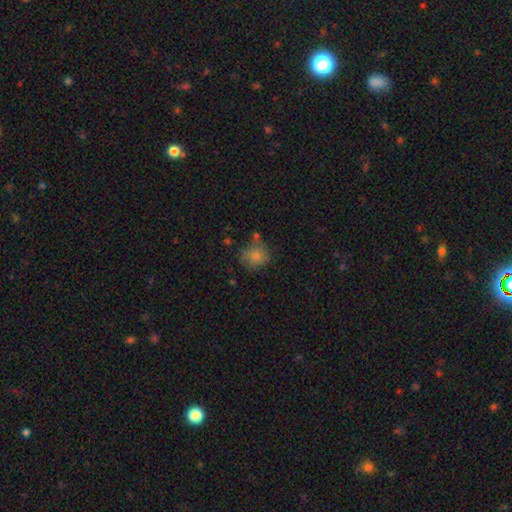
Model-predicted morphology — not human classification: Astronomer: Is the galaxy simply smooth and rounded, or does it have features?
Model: smooth — 81%.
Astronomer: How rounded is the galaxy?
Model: round — 79%.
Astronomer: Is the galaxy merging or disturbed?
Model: none — 59%.